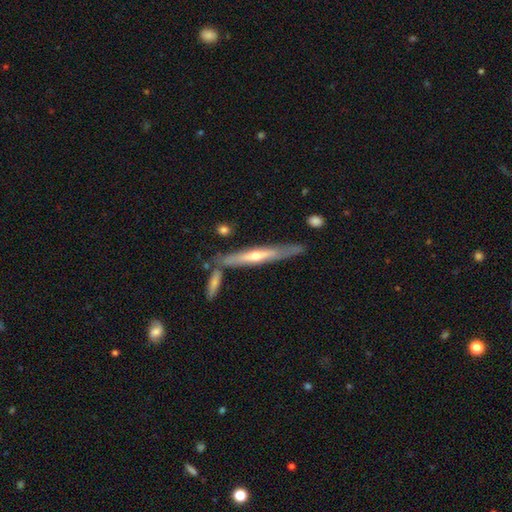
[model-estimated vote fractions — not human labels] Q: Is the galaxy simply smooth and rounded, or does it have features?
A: featured or disk — 64%.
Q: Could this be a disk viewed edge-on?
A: yes — 90%.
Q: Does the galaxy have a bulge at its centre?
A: rounded — 72%.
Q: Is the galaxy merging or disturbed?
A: none — 73%.